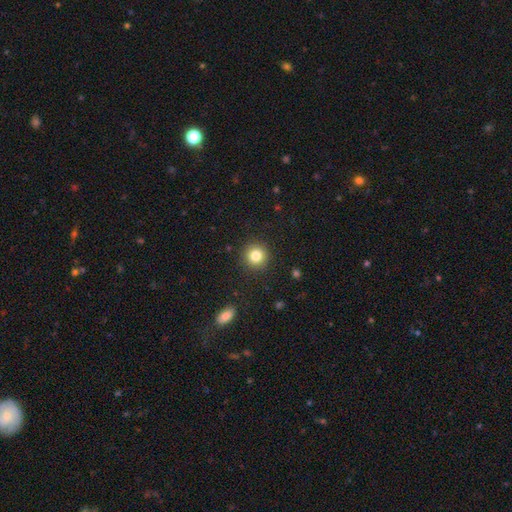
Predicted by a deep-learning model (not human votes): Smooth or featured?
  - smooth: 83% *
  - star or artifact: 11%
  - featured or disk: 7%
How rounded?
  - round: 93% *
  - in between: 6%
  - cigar-shaped: 1%
Merging?
  - none: 91% *
  - minor disturbance: 6%
  - major disturbance: 2%
  - merger: 1%